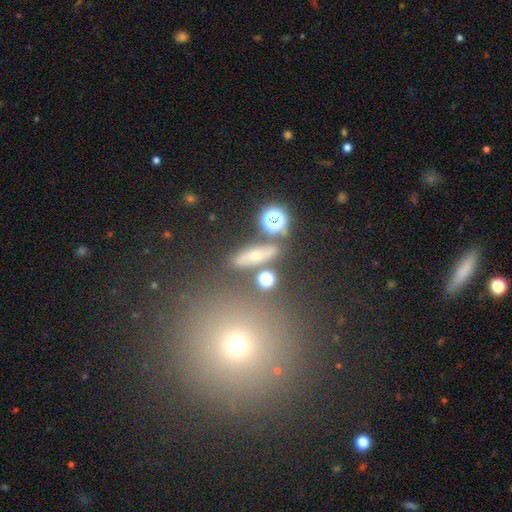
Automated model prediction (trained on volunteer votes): smooth-or-featured: smooth: 52% | featured or disk: 26% | star or artifact: 22%
  how-rounded: cigar-shaped: 47% | in between: 36% | round: 18%
  merging: none: 75% | minor disturbance: 12% | merger: 8% | major disturbance: 5%